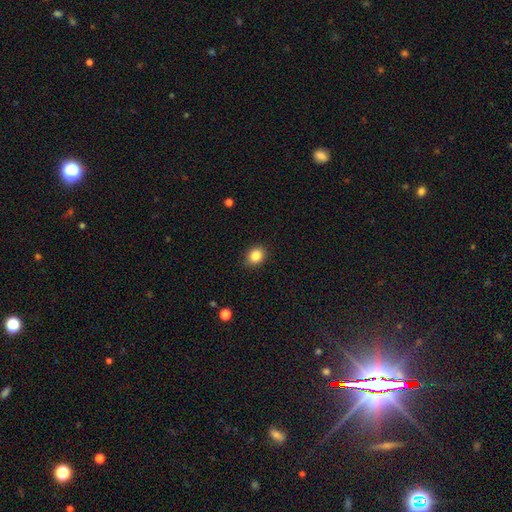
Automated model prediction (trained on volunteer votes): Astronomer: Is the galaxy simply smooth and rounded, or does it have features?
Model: smooth — 85%.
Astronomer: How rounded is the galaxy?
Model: round — 54% (runner-up: in between, 45%).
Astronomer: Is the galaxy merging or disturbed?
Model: none — 87%.